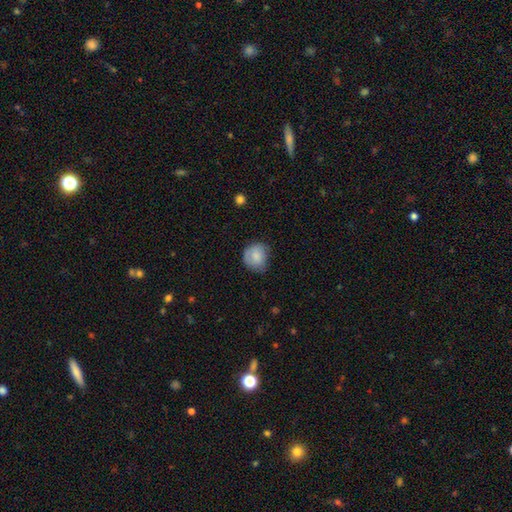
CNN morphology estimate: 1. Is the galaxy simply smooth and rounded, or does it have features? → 80% smooth, 13% featured or disk, 7% star or artifact.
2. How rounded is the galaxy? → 77% round, 22% in between, 1% cigar-shaped.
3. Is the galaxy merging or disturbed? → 60% none, 31% minor disturbance, 8% major disturbance, 1% merger.